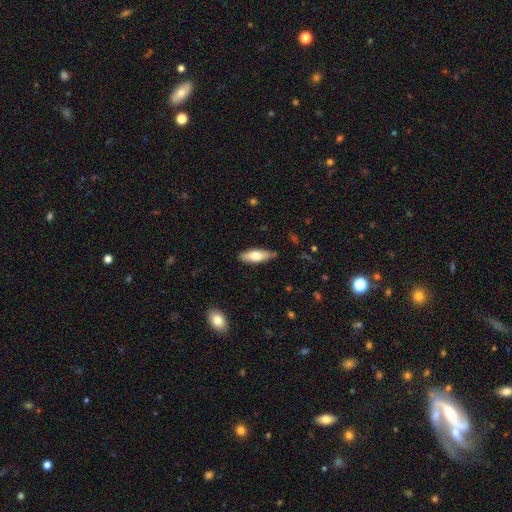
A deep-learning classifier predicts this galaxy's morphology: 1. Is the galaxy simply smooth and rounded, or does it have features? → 67% smooth, 27% featured or disk, 6% star or artifact.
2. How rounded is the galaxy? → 64% in between, 34% cigar-shaped, 2% round.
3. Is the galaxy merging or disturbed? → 84% none, 12% minor disturbance, 2% major disturbance, 2% merger.